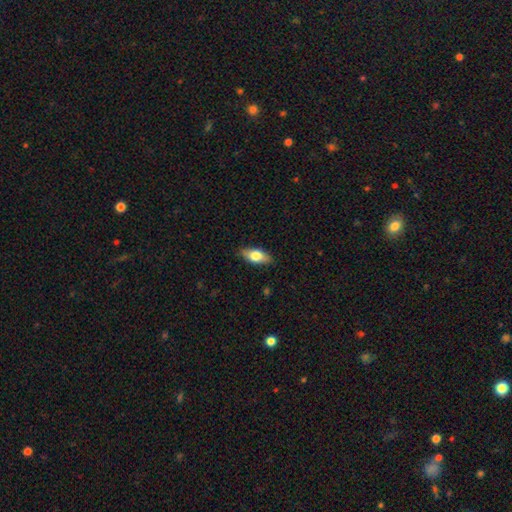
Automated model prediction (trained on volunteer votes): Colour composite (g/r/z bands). It shows a smooth galaxy with no disk features (67%) that is in between round and cigar-shaped (81%). Merging: none (86%).